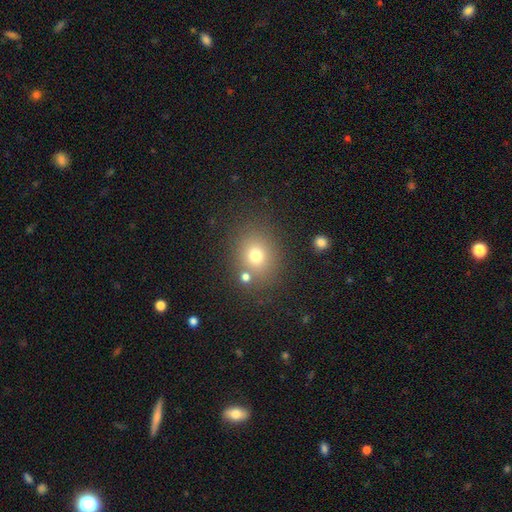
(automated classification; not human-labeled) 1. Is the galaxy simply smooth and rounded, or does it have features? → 73% smooth, 16% star or artifact, 11% featured or disk.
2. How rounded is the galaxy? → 66% round, 33% in between, 1% cigar-shaped.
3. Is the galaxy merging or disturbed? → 77% none, 10% minor disturbance, 9% merger, 4% major disturbance.